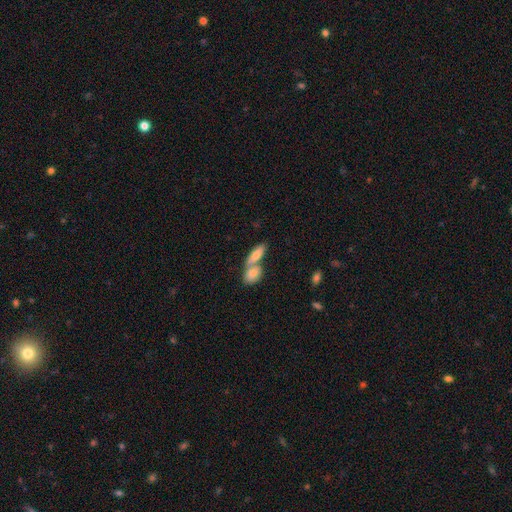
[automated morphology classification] Smooth or featured? smooth (74%)
How rounded? in between (66%)
Merging? merger (58%)